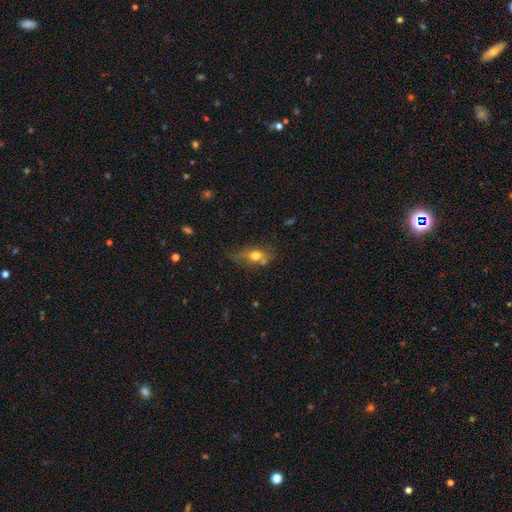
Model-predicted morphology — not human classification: This is likely a smooth galaxy (63%). How rounded: likely in between (62%). Merging: marginally none (43%).